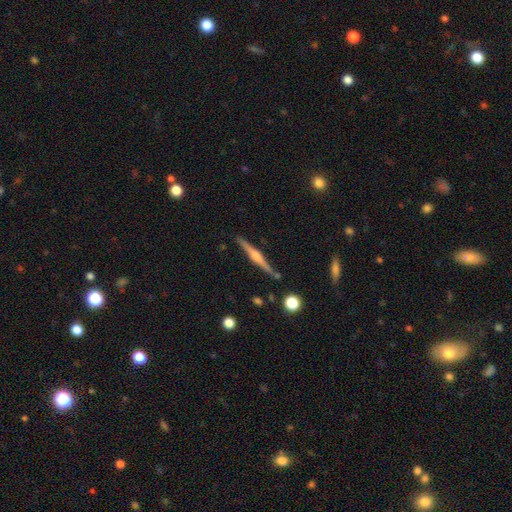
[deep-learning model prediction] Morphology: type=featured or disk (79%); edge-on=yes (98%); edge-on bulge=rounded (84%); merging=none (88%).